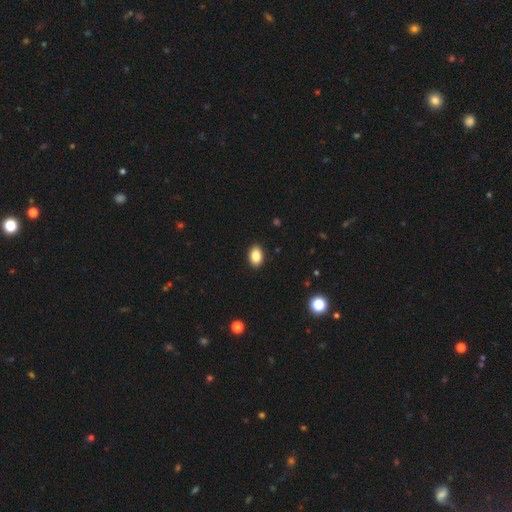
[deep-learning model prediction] smooth-or-featured: smooth: 86% | star or artifact: 8% | featured or disk: 5%
  how-rounded: in between: 86% | round: 12% | cigar-shaped: 1%
  merging: none: 90% | minor disturbance: 7% | major disturbance: 2% | merger: 1%